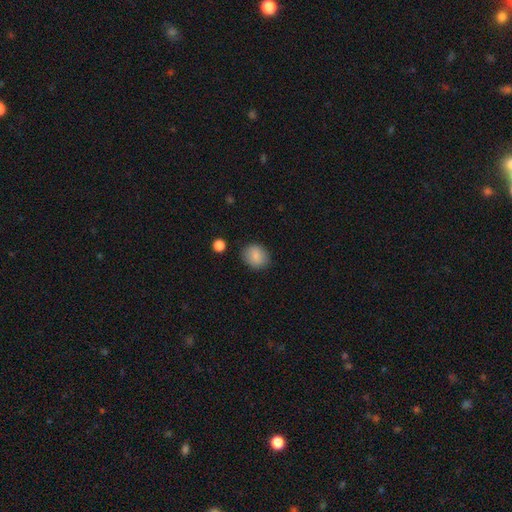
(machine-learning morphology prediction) Smooth or featured? Predicted: smooth (p=0.86). How rounded? Predicted: round (p=0.63). Merging? Predicted: none (p=0.86).